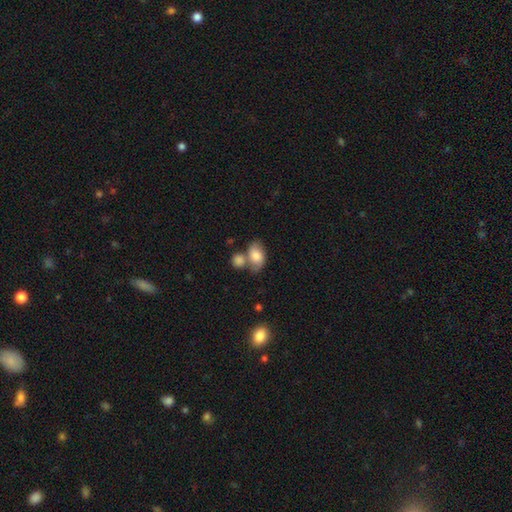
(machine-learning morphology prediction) A smooth galaxy with no disk features (76%) that is in between round and cigar-shaped (86%). Merging: none (41%).